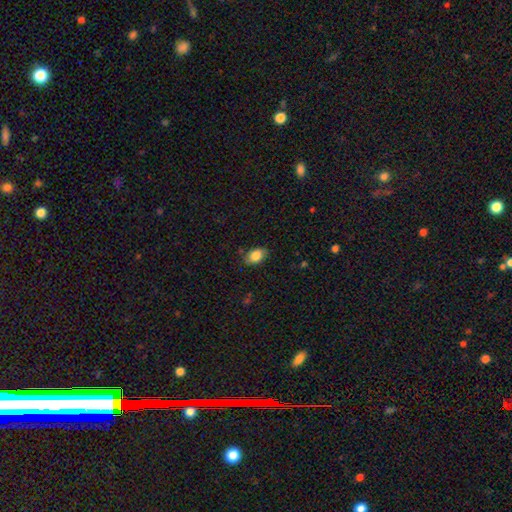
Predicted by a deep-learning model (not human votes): smooth 82%, featured or disk 10%, star or artifact 8%. Down the decision tree: how rounded — in between (84%); merging — none (76%).